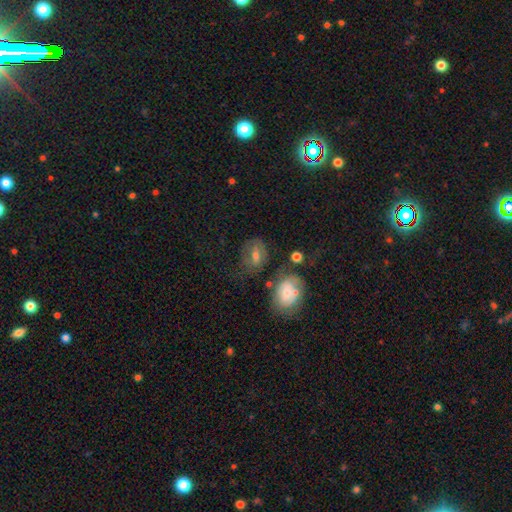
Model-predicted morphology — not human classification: This appears to be a smooth galaxy with no disk features (48%). Merging: none (50%).